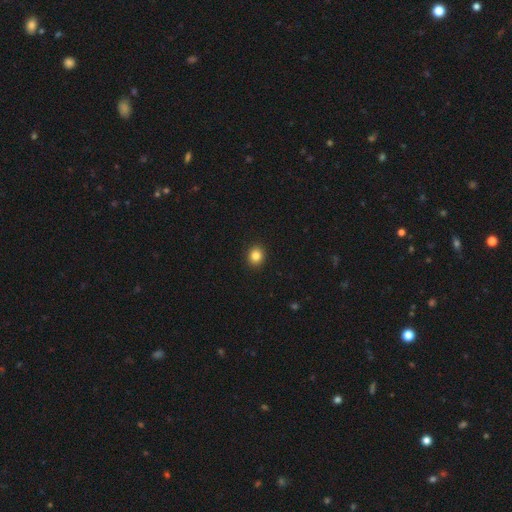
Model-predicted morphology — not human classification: smooth_or_featured: smooth (p=0.84) [alt: star or artifact p=0.11]
how_rounded: round (p=0.80) [alt: in between p=0.19]
merging: none (p=0.93) [alt: minor disturbance p=0.05]